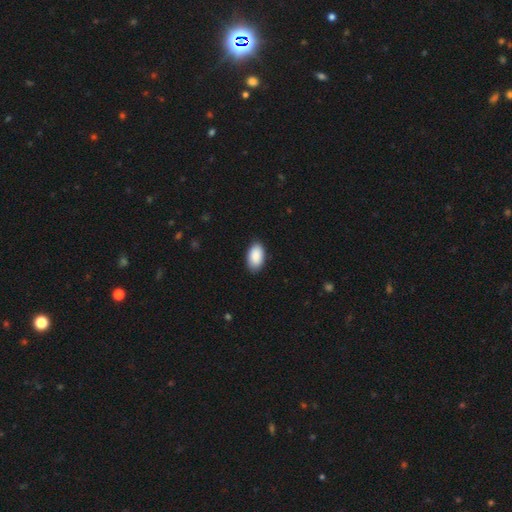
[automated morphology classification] smooth-or-featured: smooth: 90% | star or artifact: 6% | featured or disk: 4%
  how-rounded: in between: 95% | round: 3% | cigar-shaped: 1%
  merging: none: 86% | minor disturbance: 11% | major disturbance: 2% | merger: 1%